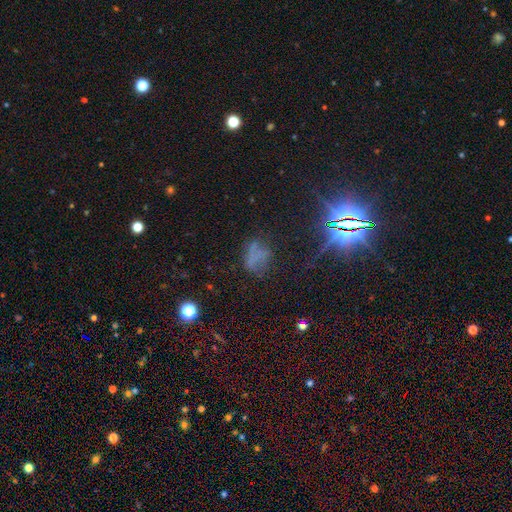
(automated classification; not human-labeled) Smooth or featured?
  - star or artifact: 39% *
  - smooth: 36%
  - featured or disk: 25%